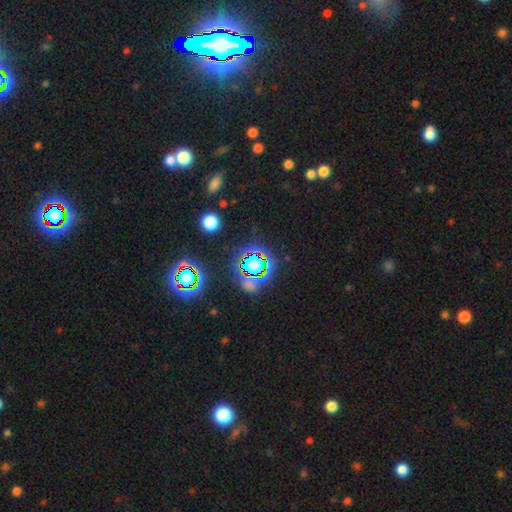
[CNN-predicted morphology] A star or artifact, not a galaxy (77%).